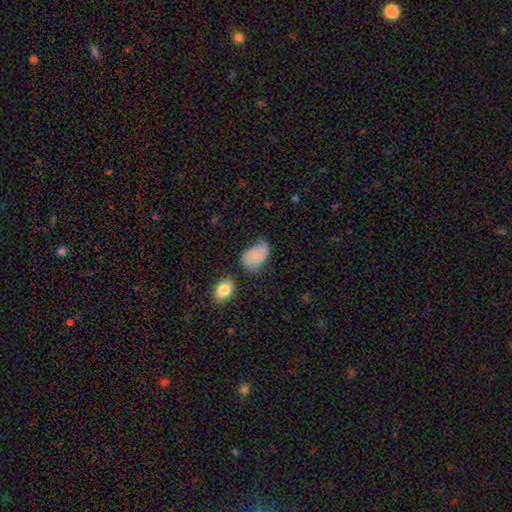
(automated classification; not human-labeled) smooth 72%, featured or disk 19%, star or artifact 9%. Down the decision tree: how rounded — in between (88%); merging — none (39%).